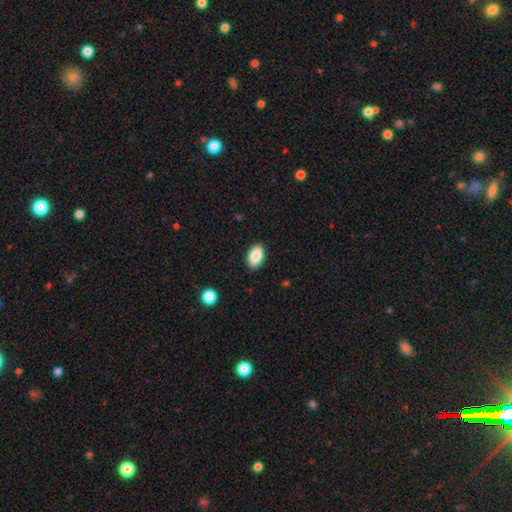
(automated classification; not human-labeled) Smooth or featured? Predicted: smooth (p=0.88). How rounded? Predicted: in between (p=0.93). Merging? Predicted: none (p=0.89).